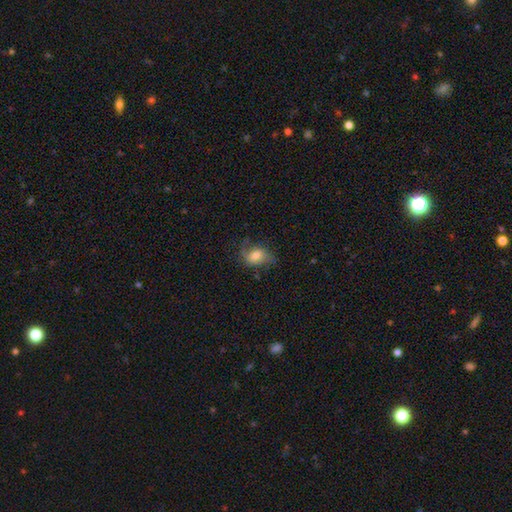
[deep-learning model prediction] This is possibly a smooth galaxy (58%). How rounded: likely in between (75%). Merging: possibly none (53%).